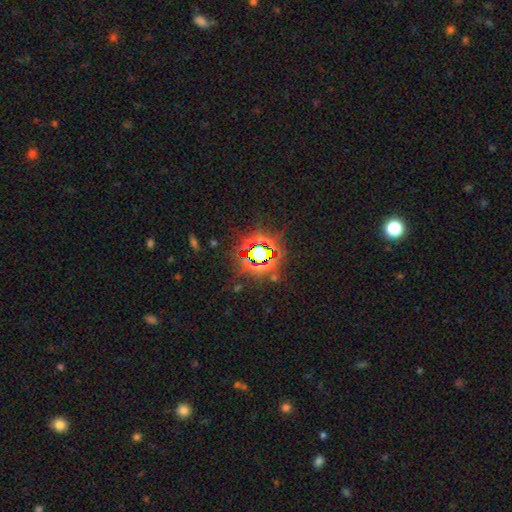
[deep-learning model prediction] Smooth or featured?
  - star or artifact: 77% *
  - smooth: 13%
  - featured or disk: 10%